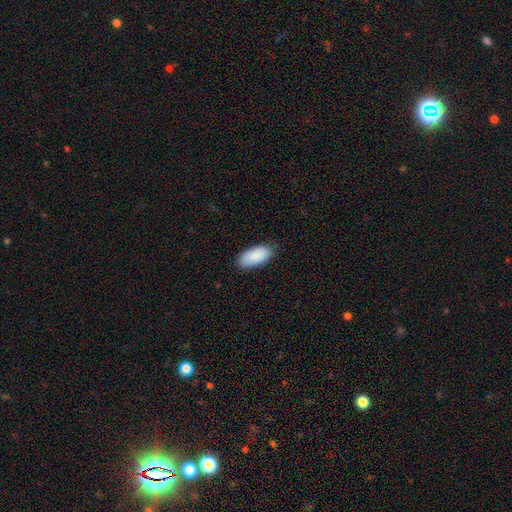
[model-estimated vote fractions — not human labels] Q: Smooth or featured?
A: smooth (90%); runner-up: star or artifact (6%)
Q: How rounded?
A: in between (93%); runner-up: cigar-shaped (6%)
Q: Merging?
A: none (83%); runner-up: minor disturbance (13%)